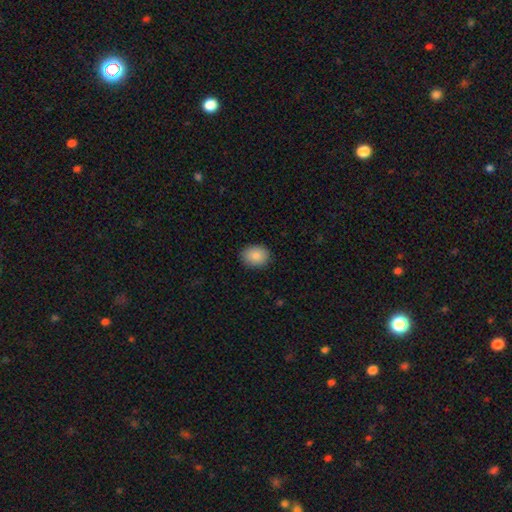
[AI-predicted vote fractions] smooth-or-featured: smooth: 87% | star or artifact: 8% | featured or disk: 5%
  how-rounded: in between: 53% | round: 46% | cigar-shaped: 1%
  merging: none: 88% | minor disturbance: 9% | major disturbance: 2% | merger: 1%